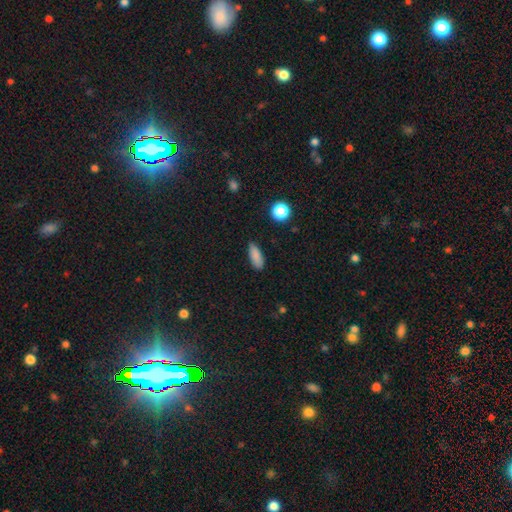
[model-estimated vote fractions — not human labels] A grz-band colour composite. It shows a smooth galaxy with no disk features (85%) that is in between round and cigar-shaped (71%). Merging: none (84%).